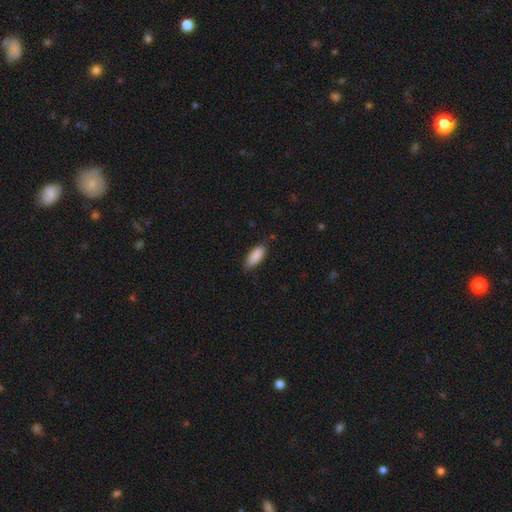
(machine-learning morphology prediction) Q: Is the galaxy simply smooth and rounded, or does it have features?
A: smooth — 89%.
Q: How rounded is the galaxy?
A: in between — 80%.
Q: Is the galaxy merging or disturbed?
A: none — 79%.